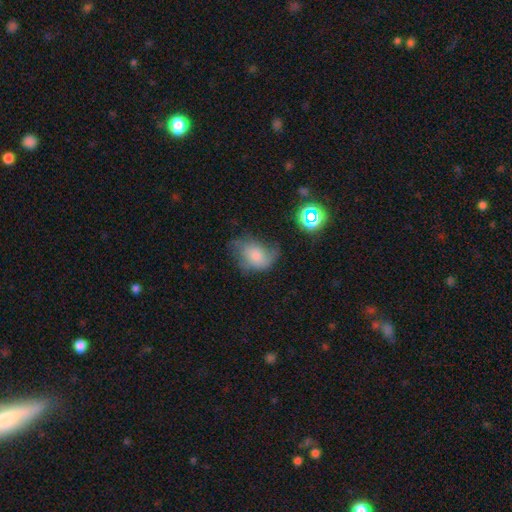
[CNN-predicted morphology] Smooth or featured? smooth (57%)
How rounded? in between (65%)
Merging? none (36%)